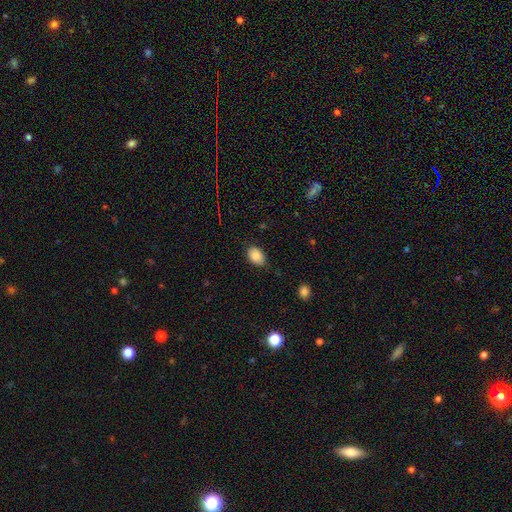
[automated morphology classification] A smooth galaxy with no disk features (85%) that is in between round and cigar-shaped (82%).

Vote fractions:
- Smooth or featured? smooth: 85% / star or artifact: 8% / featured or disk: 6%
- How rounded? in between: 82% / round: 17% / cigar-shaped: 1%
- Merging? none: 77% / minor disturbance: 19% / major disturbance: 3% / merger: 1%